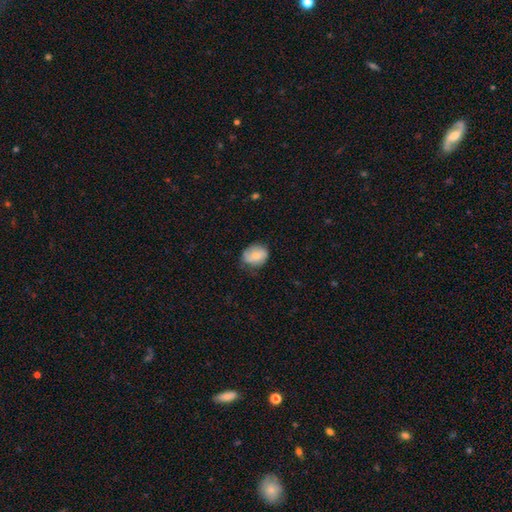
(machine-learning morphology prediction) type=smooth (72%); roundness=round (51%); merging=none (64%).